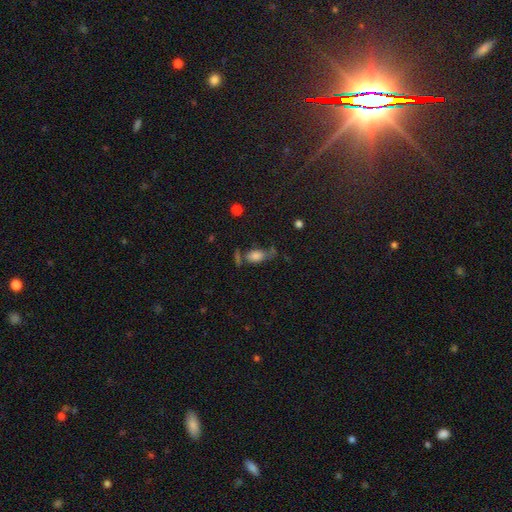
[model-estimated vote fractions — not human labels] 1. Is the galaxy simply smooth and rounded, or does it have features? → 70% smooth, 17% featured or disk, 13% star or artifact.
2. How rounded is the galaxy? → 83% in between, 9% round, 8% cigar-shaped.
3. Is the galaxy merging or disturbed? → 40% none, 25% minor disturbance, 18% major disturbance, 17% merger.